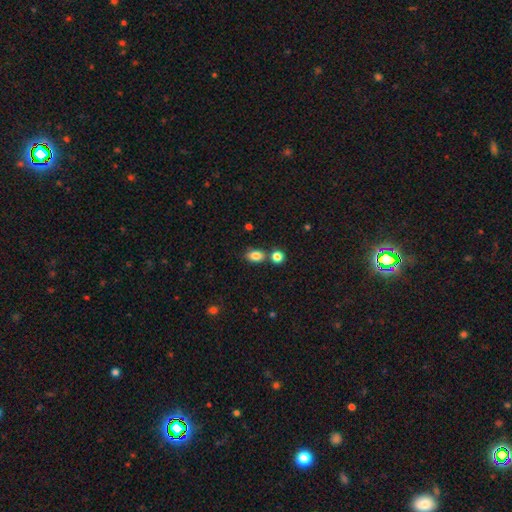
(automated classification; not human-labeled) smooth 83%, star or artifact 10%, featured or disk 6%. Down the decision tree: how rounded — in between (79%); merging — none (69%).